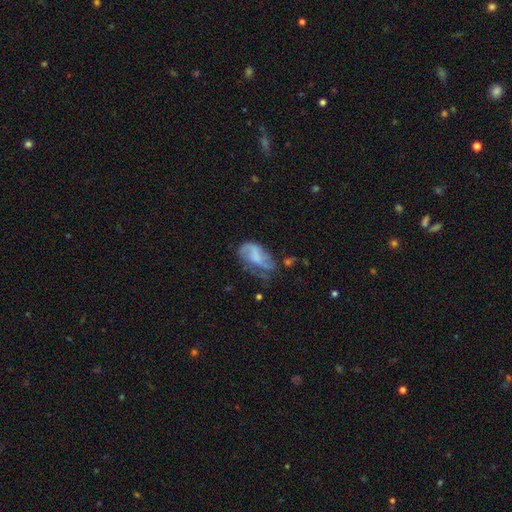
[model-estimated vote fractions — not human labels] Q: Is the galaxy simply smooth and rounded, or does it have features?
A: featured or disk — 49%.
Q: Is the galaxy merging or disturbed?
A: major disturbance — 37%.